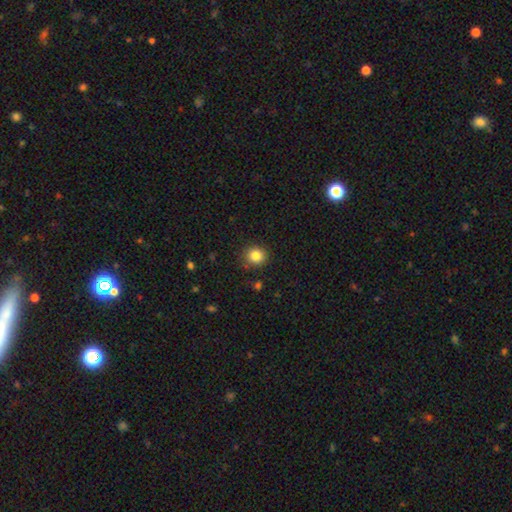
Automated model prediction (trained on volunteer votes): Q: Smooth or featured?
A: smooth (84%); runner-up: star or artifact (11%)
Q: How rounded?
A: round (85%); runner-up: in between (15%)
Q: Merging?
A: none (87%); runner-up: minor disturbance (9%)